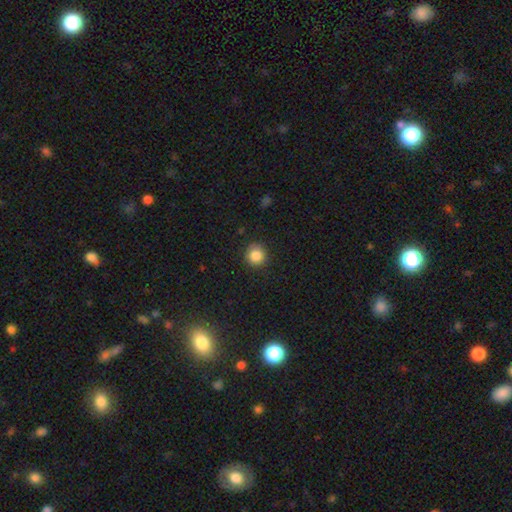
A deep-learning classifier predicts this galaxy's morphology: Smooth or featured: smooth — 86% (star or artifact — 10%)
How rounded: round — 92% (in between — 7%)
Merging: none — 87% (minor disturbance — 9%)